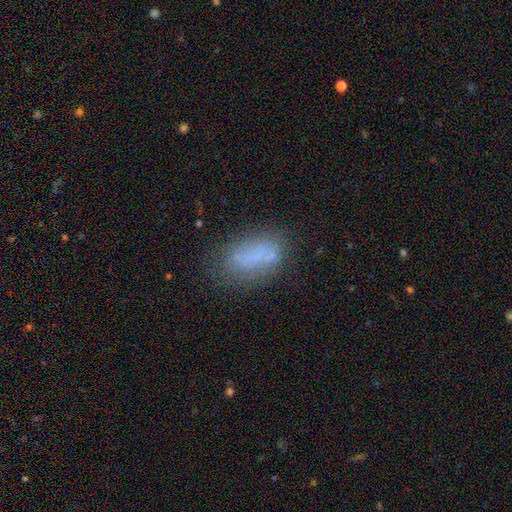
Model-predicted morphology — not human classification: Q: Smooth or featured?
A: smooth (62%); runner-up: featured or disk (25%)
Q: How rounded?
A: in between (86%); runner-up: cigar-shaped (8%)
Q: Merging?
A: none (59%); runner-up: minor disturbance (22%)